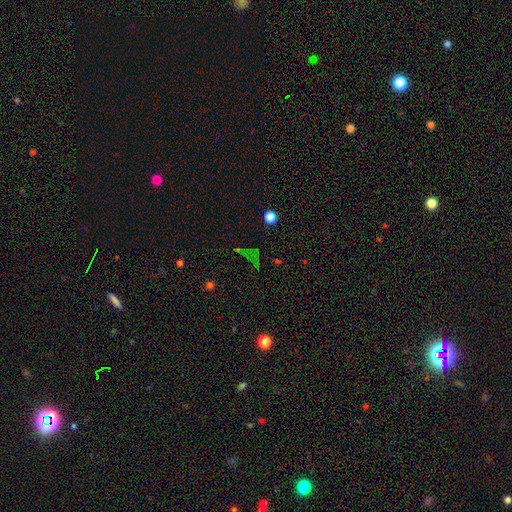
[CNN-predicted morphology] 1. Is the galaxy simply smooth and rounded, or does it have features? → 58% star or artifact, 30% smooth, 11% featured or disk.